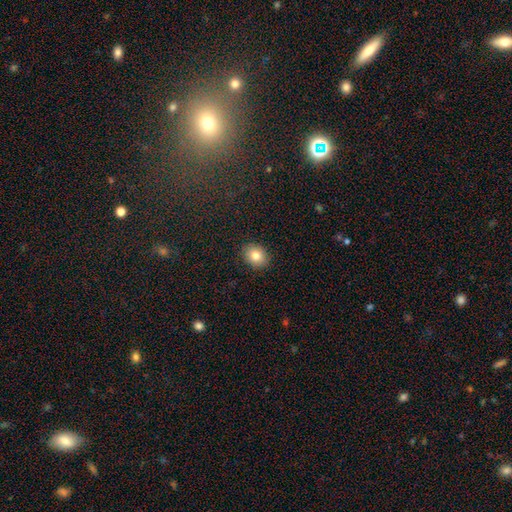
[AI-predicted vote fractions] Q: Smooth or featured?
A: smooth (81%); runner-up: featured or disk (10%)
Q: How rounded?
A: round (57%); runner-up: in between (42%)
Q: Merging?
A: none (89%); runner-up: minor disturbance (8%)